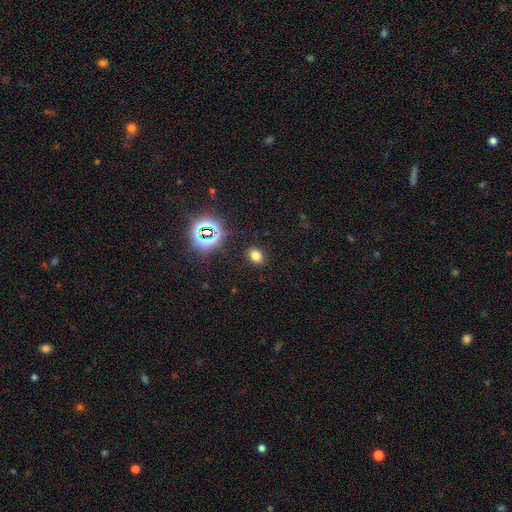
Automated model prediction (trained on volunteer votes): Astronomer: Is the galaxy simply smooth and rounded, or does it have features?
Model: smooth — 71%.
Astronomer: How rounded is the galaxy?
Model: in between — 54% (runner-up: round, 45%).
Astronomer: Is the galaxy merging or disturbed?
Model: none — 87%.